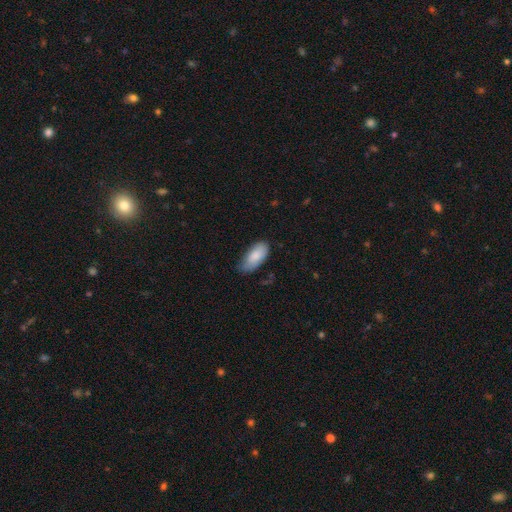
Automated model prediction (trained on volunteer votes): smooth_or_featured: smooth (p=0.85) [alt: featured or disk p=0.09]
how_rounded: in between (p=0.91) [alt: cigar-shaped p=0.08]
merging: none (p=0.64) [alt: minor disturbance p=0.30]